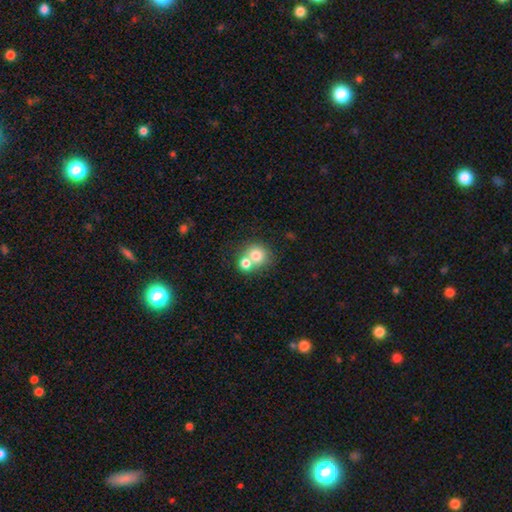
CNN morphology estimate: A smooth galaxy with no disk features (75%) that is round (81%).

Vote fractions:
- Smooth or featured? smooth: 75% / featured or disk: 15% / star or artifact: 10%
- How rounded? round: 81% / in between: 18% / cigar-shaped: 1%
- Merging? merger: 53% / none: 38% / minor disturbance: 6% / major disturbance: 3%